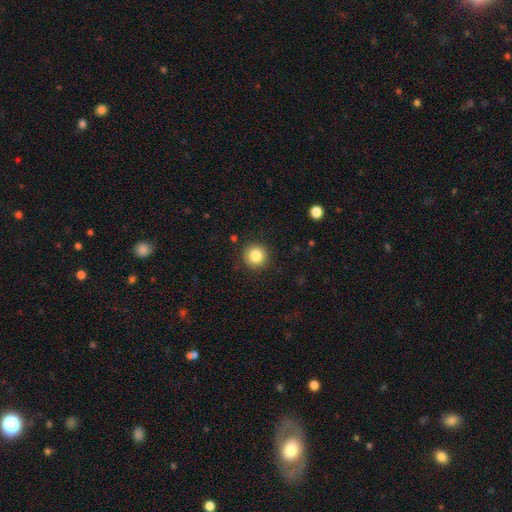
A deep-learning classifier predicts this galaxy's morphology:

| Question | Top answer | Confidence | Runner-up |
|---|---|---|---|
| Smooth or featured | smooth | 84% | star or artifact (10%) |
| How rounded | round | 94% | in between (5%) |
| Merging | none | 90% | minor disturbance (6%) |